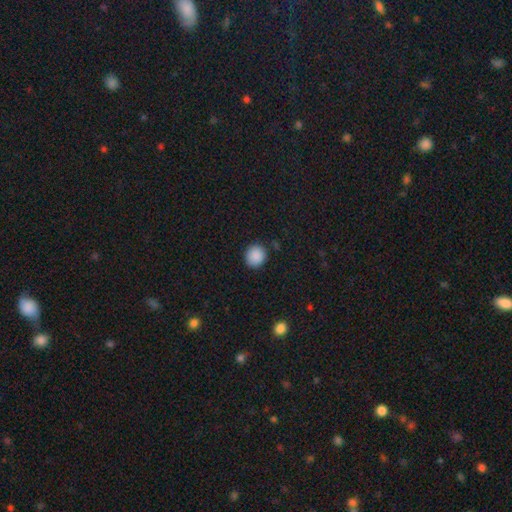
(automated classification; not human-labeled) Smooth or featured? Predicted: smooth (p=0.89). How rounded? Predicted: round (p=0.85). Merging? Predicted: none (p=0.88).